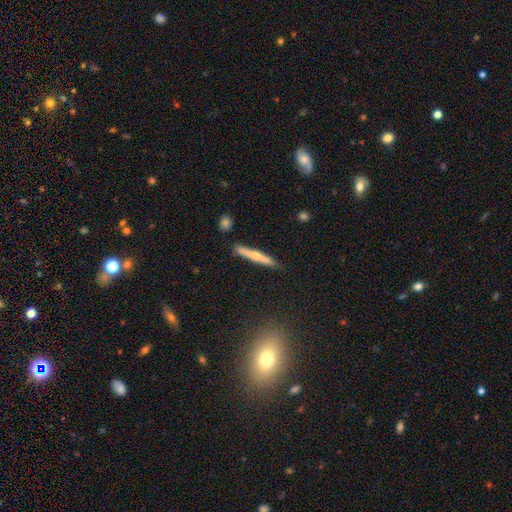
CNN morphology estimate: featured or disk 51%, smooth 43%, star or artifact 6%. Down the decision tree: edge-on disk — yes (95%); merging — none (83%).